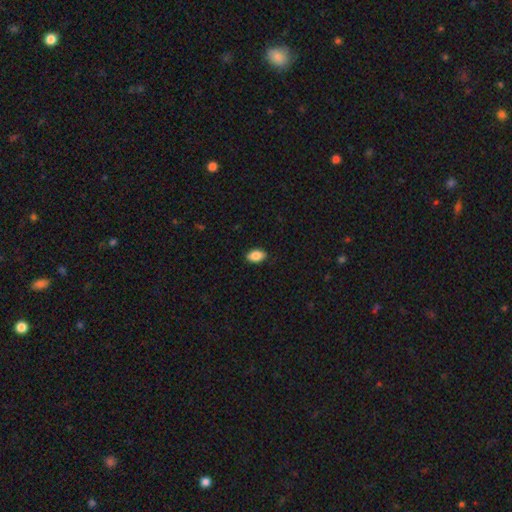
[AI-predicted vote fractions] Overall: smooth (87%). How rounded: in between (91%). Merging: none (89%).